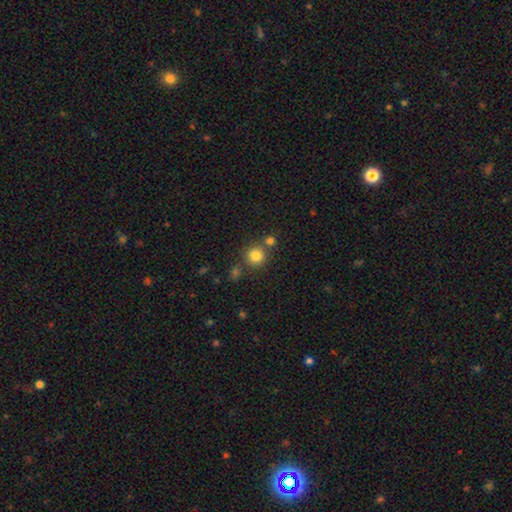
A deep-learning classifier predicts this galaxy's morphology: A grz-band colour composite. It shows a smooth galaxy with no disk features (81%) that is round (93%). Merging: none (73%).